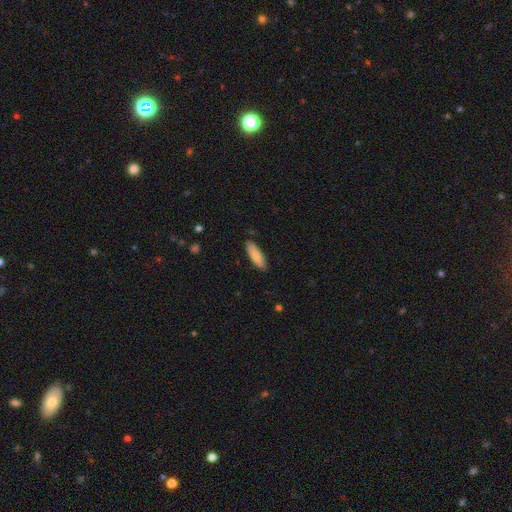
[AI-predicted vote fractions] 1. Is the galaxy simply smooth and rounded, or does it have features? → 84% smooth, 11% featured or disk, 6% star or artifact.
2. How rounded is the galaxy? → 52% cigar-shaped, 46% in between, 1% round.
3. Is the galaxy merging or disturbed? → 86% none, 11% minor disturbance, 2% major disturbance, 1% merger.